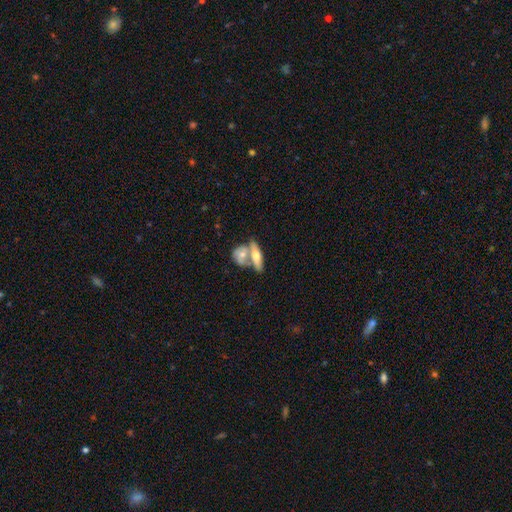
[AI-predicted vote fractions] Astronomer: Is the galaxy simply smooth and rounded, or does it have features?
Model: smooth — 48% (runner-up: featured or disk, 45%).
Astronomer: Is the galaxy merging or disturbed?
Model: merger — 57%.